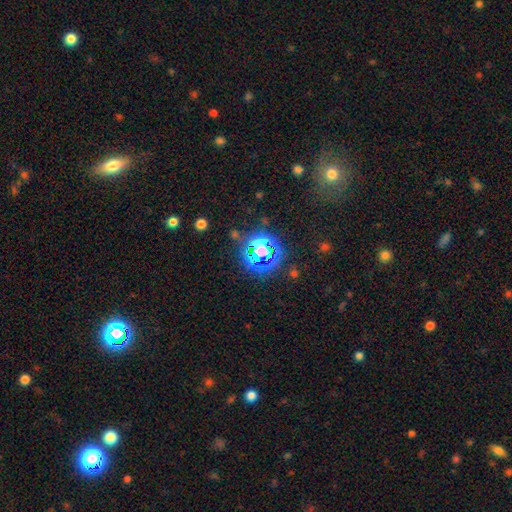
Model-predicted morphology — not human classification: Smooth or featured?
  - star or artifact: 76% *
  - smooth: 16%
  - featured or disk: 8%